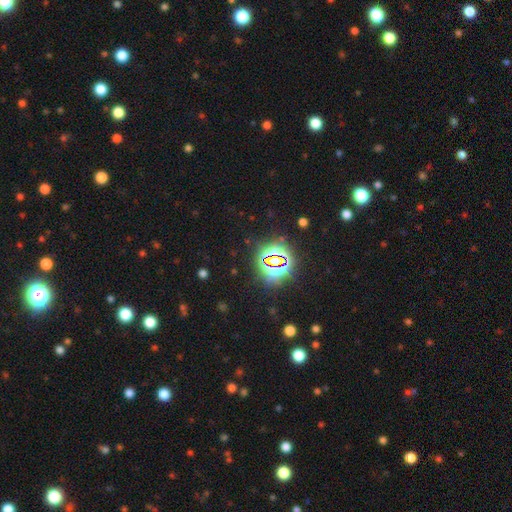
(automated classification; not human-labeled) A star or artifact, not a galaxy (78%).